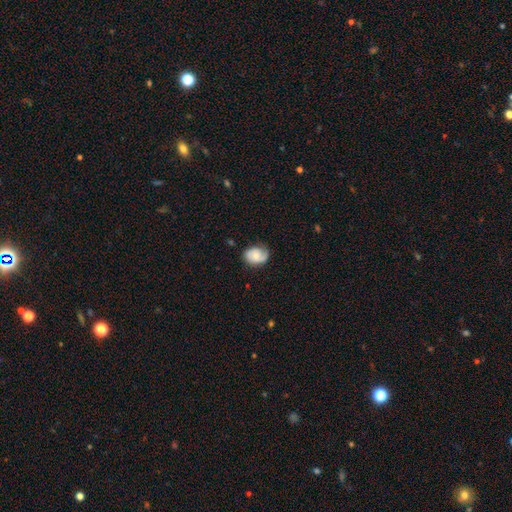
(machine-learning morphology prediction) Overall: featured or disk (57%; smooth 36%). Edge-on disk: no (97%). Bar: no (67%; weak 28%). Spiral arms: yes (90%). Bulge size: moderate (47%; small 43%). Merging: none (67%).